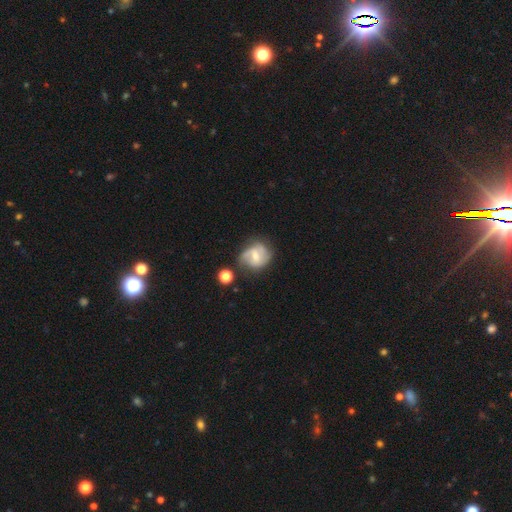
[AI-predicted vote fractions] smooth_or_featured: featured or disk (p=0.60) [alt: smooth p=0.32]
disk_edge_on: no (p=0.97) [alt: yes p=0.03]
bar: weak (p=0.52) [alt: no p=0.28]
has_spiral_arms: yes (p=0.80) [alt: no p=0.20]
bulge_size: moderate (p=0.45) [alt: small p=0.44]
merging: none (p=0.54) [alt: minor disturbance p=0.27]